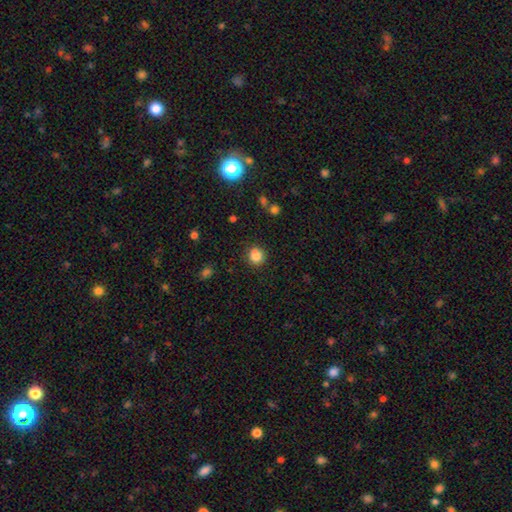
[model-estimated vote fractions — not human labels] A smooth galaxy with no disk features (84%) that is round (83%).

Vote fractions:
- Smooth or featured? smooth: 84% / star or artifact: 11% / featured or disk: 5%
- How rounded? round: 83% / in between: 16% / cigar-shaped: 1%
- Merging? none: 82% / minor disturbance: 10% / merger: 4% / major disturbance: 3%